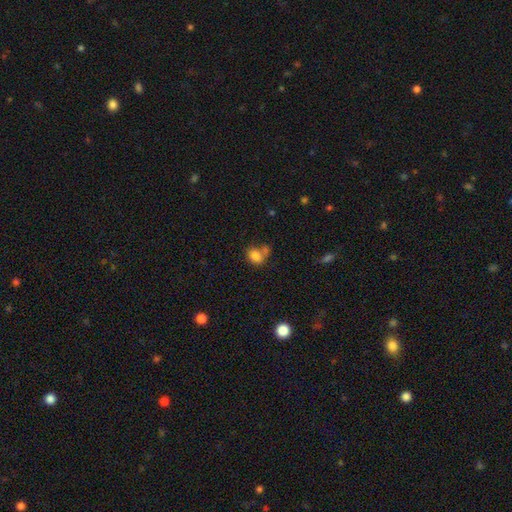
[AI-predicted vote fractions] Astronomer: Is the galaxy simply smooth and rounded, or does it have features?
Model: smooth — 82%.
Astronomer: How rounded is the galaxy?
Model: in between — 57% (runner-up: round, 42%).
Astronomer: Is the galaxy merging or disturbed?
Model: none — 44% (runner-up: merger, 35%).